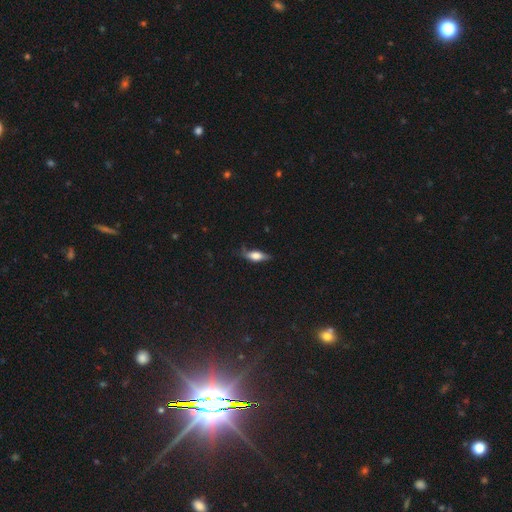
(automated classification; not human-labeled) Overall: smooth (59%; featured or disk 33%). How rounded: in between (59%; cigar-shaped 37%). Merging: none (69%).